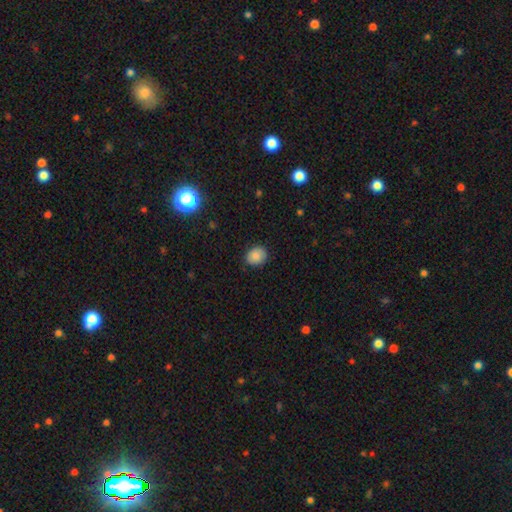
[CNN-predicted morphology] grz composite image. It shows a smooth galaxy with no disk features (86%) that is round (62%). Merging: none (85%).